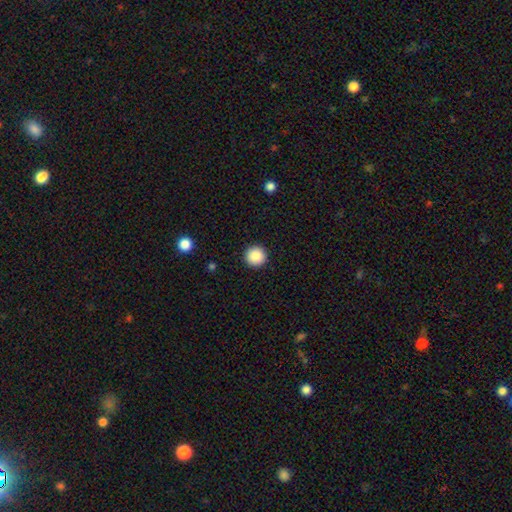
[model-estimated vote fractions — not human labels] A smooth galaxy with no disk features (87%) that is round (96%).

Vote fractions:
- Smooth or featured? smooth: 87% / star or artifact: 9% / featured or disk: 4%
- How rounded? round: 96% / in between: 3% / cigar-shaped: 1%
- Merging? none: 93% / minor disturbance: 4% / major disturbance: 2% / merger: 1%